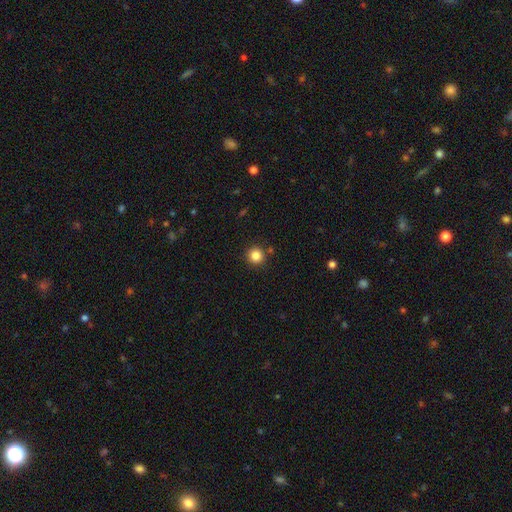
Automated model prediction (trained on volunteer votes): A smooth galaxy with no disk features (84%) that is round (95%). Merging: none (88%).